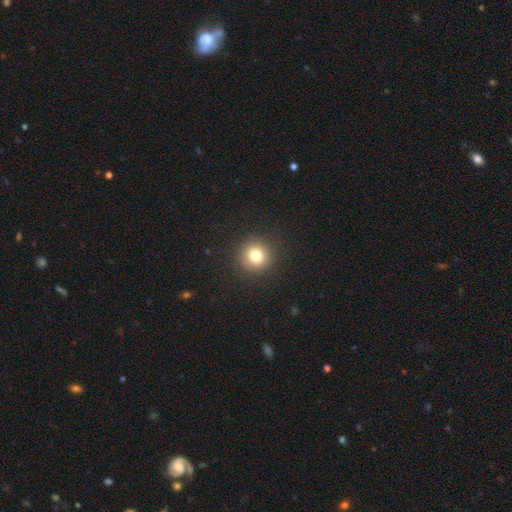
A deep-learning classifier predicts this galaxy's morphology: A smooth galaxy with no disk features (79%) that is round (94%).

Vote fractions:
- Smooth or featured? smooth: 79% / star or artifact: 13% / featured or disk: 8%
- How rounded? round: 94% / in between: 5% / cigar-shaped: 1%
- Merging? none: 91% / minor disturbance: 5% / major disturbance: 2% / merger: 1%